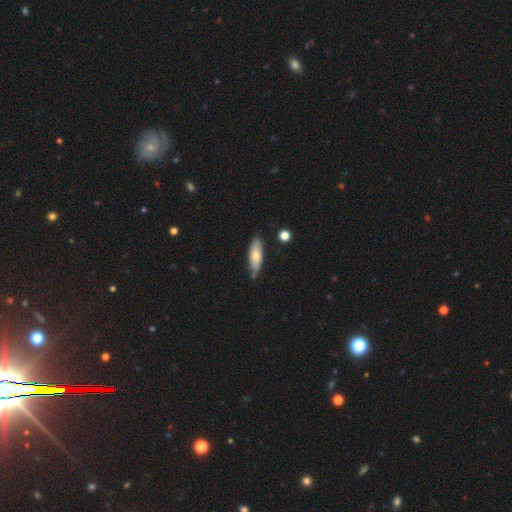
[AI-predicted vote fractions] Smooth or featured? Predicted: smooth (p=0.67). How rounded? Predicted: in between (p=0.59). Merging? Predicted: none (p=0.78).